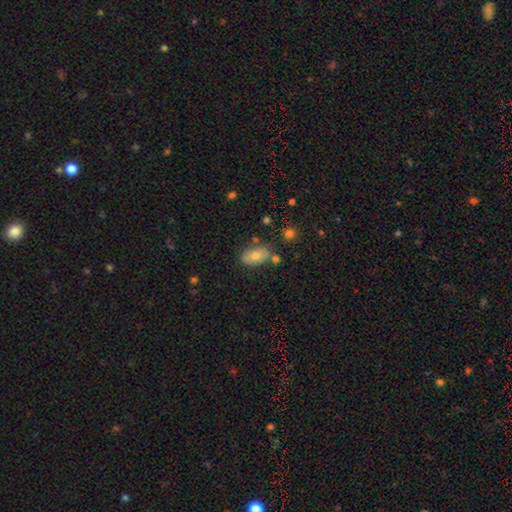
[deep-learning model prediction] Morphology: type=smooth (64%); roundness=in between (88%); merging=none (73%).